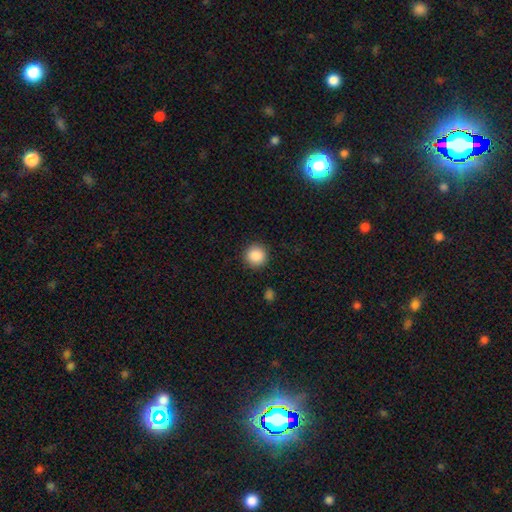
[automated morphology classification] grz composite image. It shows a smooth galaxy with no disk features (88%) that is round (94%). Merging: none (91%).